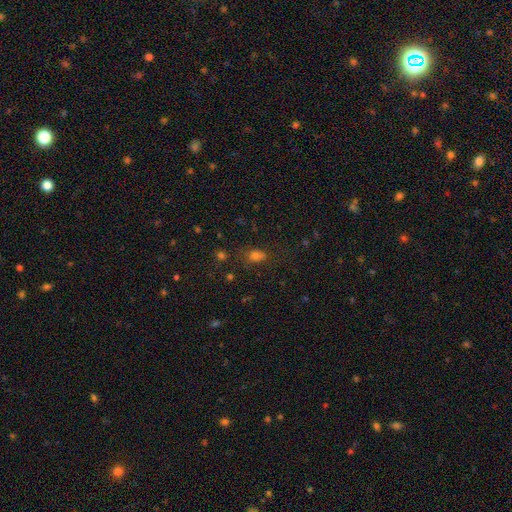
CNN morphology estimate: Smooth or featured?
  - smooth: 68% *
  - star or artifact: 23%
  - featured or disk: 8%
How rounded?
  - in between: 67% *
  - round: 30%
  - cigar-shaped: 3%
Merging?
  - none: 65% *
  - minor disturbance: 20%
  - major disturbance: 10%
  - merger: 5%